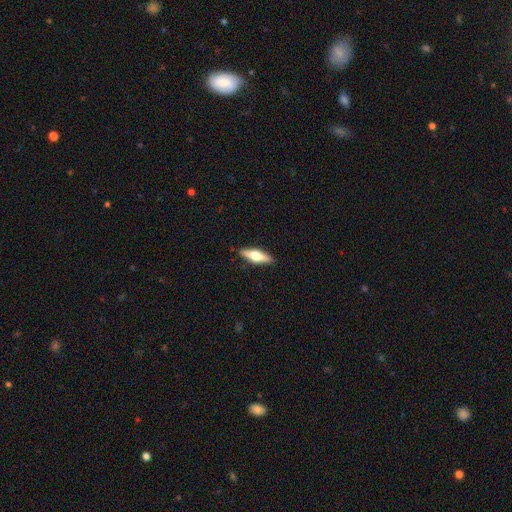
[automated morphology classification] A featured or disk galaxy (54%) viewed edge-on (95%) with a rounded central bulge (94%).

Vote fractions:
- Smooth or featured? featured or disk: 54% / smooth: 41% / star or artifact: 6%
- Edge-on disk? yes: 95% / no: 5%
- Edge-on bulge? rounded: 94% / boxy: 4% / none: 2%
- Merging? none: 90% / minor disturbance: 8% / major disturbance: 2% / merger: 1%